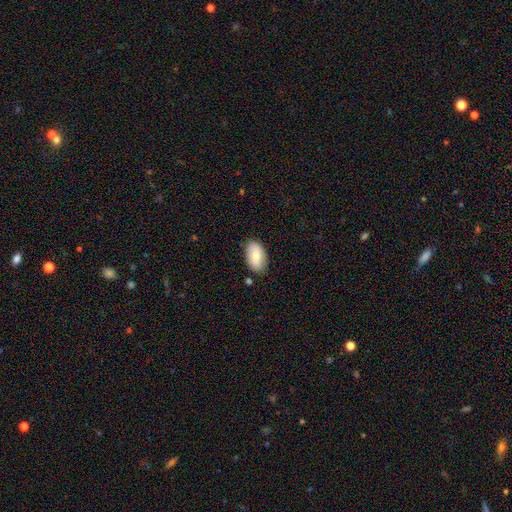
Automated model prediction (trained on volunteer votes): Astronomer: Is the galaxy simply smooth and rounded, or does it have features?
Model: smooth — 72%.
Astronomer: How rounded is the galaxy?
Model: in between — 94%.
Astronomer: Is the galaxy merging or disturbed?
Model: none — 81%.